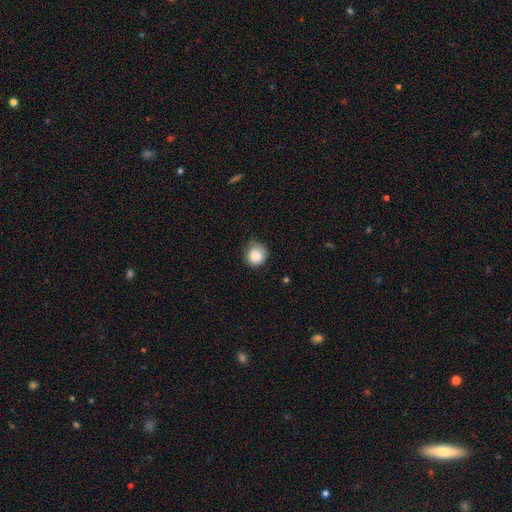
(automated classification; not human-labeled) Smooth or featured?
  - smooth: 86% *
  - star or artifact: 9%
  - featured or disk: 5%
How rounded?
  - round: 85% *
  - in between: 14%
  - cigar-shaped: 1%
Merging?
  - none: 65% *
  - minor disturbance: 29%
  - major disturbance: 5%
  - merger: 1%